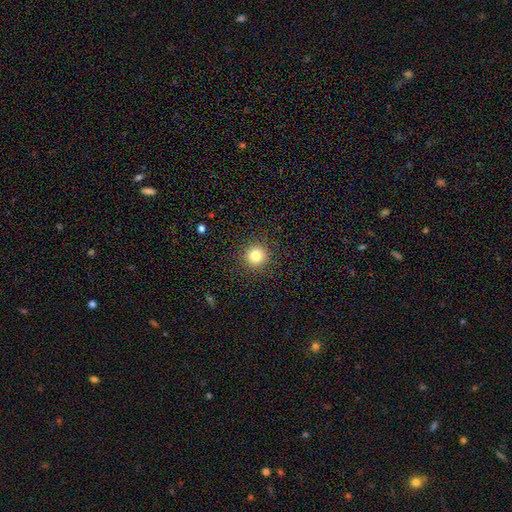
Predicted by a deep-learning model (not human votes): Q: Smooth or featured?
A: smooth (81%); runner-up: star or artifact (13%)
Q: How rounded?
A: round (95%); runner-up: in between (4%)
Q: Merging?
A: none (91%); runner-up: minor disturbance (5%)